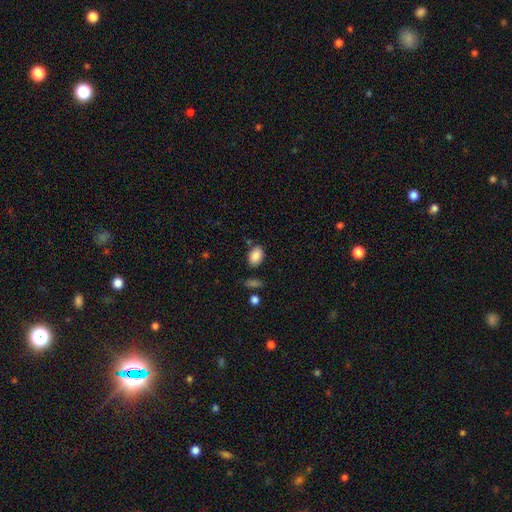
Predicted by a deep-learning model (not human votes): Smooth or featured? smooth (87%)
How rounded? in between (85%)
Merging? none (77%)